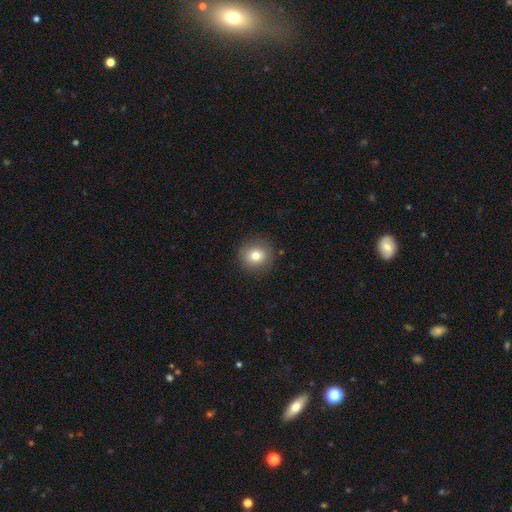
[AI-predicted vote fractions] Morphology: type=smooth (78%); roundness=round (90%); merging=none (89%).